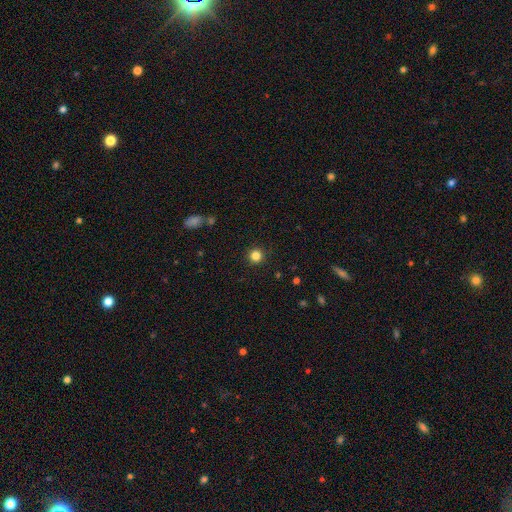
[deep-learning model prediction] Smooth or featured? Predicted: smooth (p=0.83). How rounded? Predicted: round (p=0.95). Merging? Predicted: none (p=0.93).